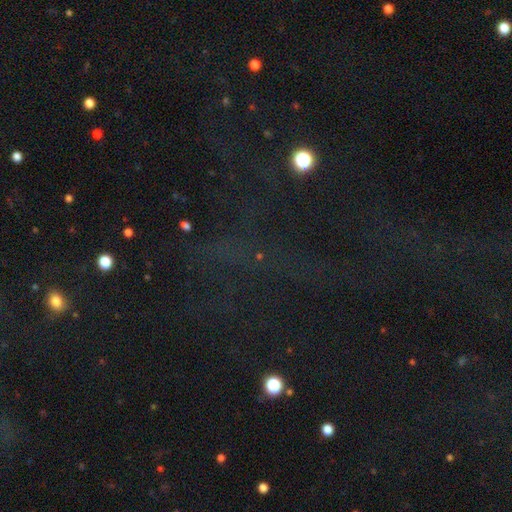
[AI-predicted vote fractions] A star or artifact, not a galaxy (73%).